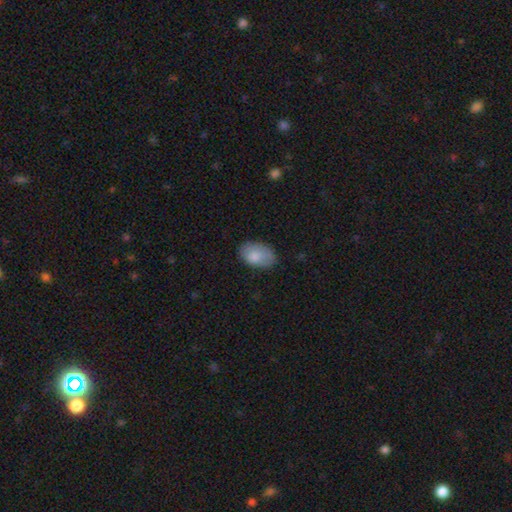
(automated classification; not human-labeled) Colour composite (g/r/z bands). It shows a smooth galaxy with no disk features (83%) that is in between round and cigar-shaped (90%). Merging: none (75%).